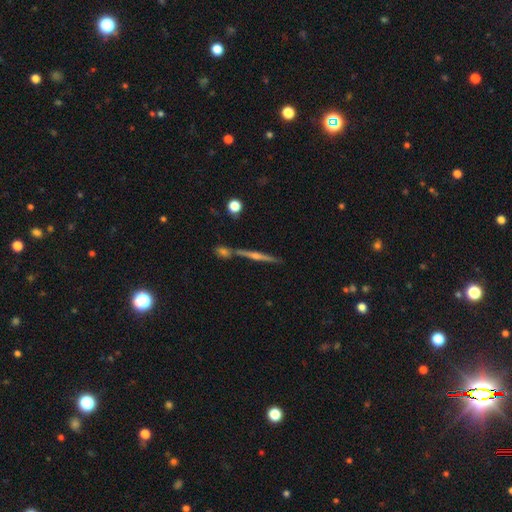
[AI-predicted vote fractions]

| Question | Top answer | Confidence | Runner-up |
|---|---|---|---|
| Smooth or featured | featured or disk | 75% | smooth (15%) |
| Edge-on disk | yes | 97% | no (3%) |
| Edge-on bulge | rounded | 76% | none (15%) |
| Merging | none | 75% | merger (12%) |